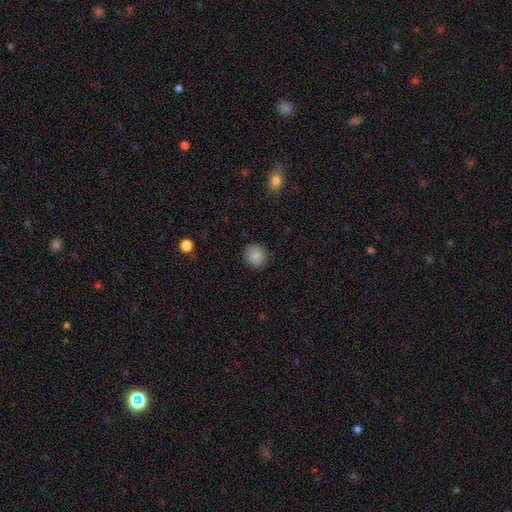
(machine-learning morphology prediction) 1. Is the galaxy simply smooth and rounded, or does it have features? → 87% smooth, 9% star or artifact, 4% featured or disk.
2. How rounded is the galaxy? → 85% round, 14% in between, 1% cigar-shaped.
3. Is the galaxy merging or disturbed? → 89% none, 8% minor disturbance, 2% major disturbance, 1% merger.